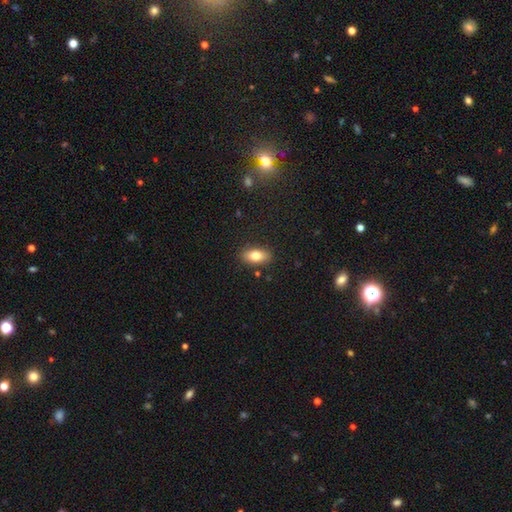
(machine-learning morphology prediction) Overall: smooth (78%). How rounded: in between (87%). Merging: none (87%).